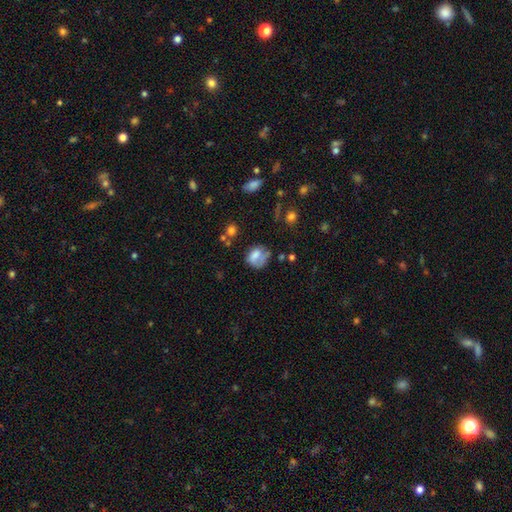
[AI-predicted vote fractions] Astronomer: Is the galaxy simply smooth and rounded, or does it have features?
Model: smooth — 62%.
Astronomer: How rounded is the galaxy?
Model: round — 52% (runner-up: in between, 46%).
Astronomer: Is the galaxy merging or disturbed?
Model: none — 36% (runner-up: minor disturbance, 27%).